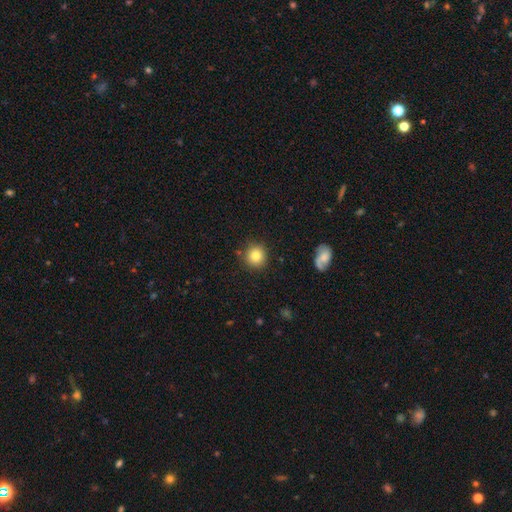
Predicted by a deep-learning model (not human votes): smooth_or_featured: smooth (p=0.82) [alt: star or artifact p=0.10]
how_rounded: round (p=0.92) [alt: in between p=0.07]
merging: none (p=0.88) [alt: minor disturbance p=0.07]